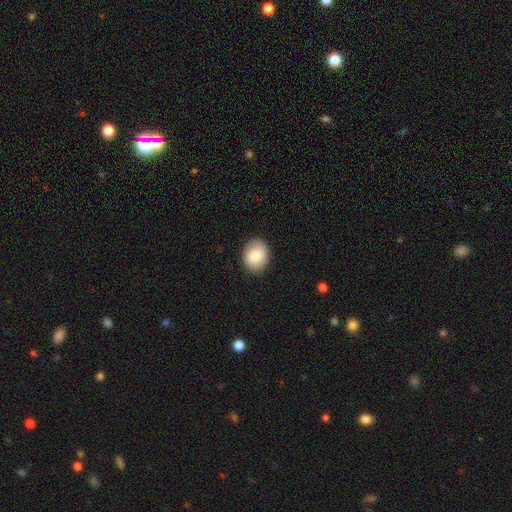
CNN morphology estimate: The model was most divided on "how rounded": in between: 54%, round: 45%, cigar-shaped: 1%. More confident: merging — none (87%); smooth or featured — smooth (83%).